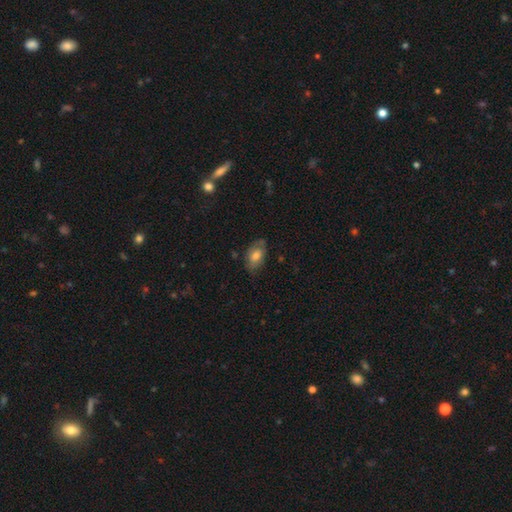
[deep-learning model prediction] smooth-or-featured: smooth: 70% | featured or disk: 22% | star or artifact: 8%
  how-rounded: in between: 90% | round: 8% | cigar-shaped: 2%
  merging: none: 68% | minor disturbance: 24% | major disturbance: 6% | merger: 2%